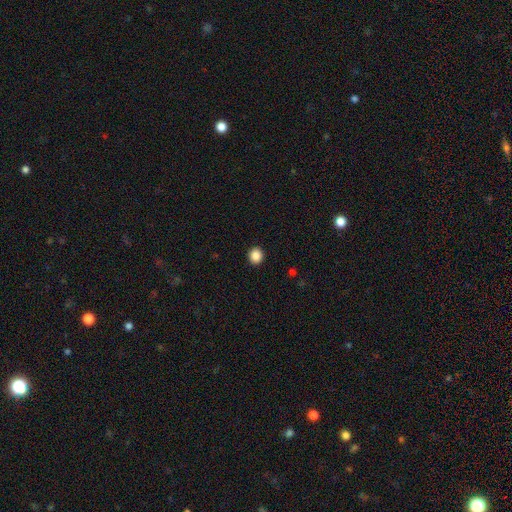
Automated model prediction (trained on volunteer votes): A smooth galaxy with no disk features (87%) that is round (89%).

Vote fractions:
- Smooth or featured? smooth: 87% / star or artifact: 10% / featured or disk: 3%
- How rounded? round: 89% / in between: 10% / cigar-shaped: 1%
- Merging? none: 93% / minor disturbance: 4% / major disturbance: 2% / merger: 1%